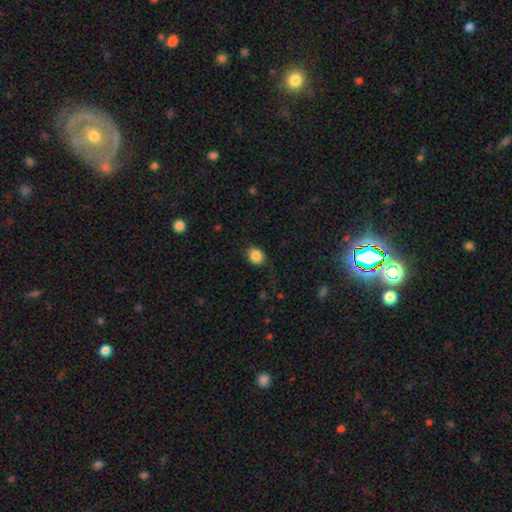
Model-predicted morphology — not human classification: Smooth or featured? Predicted: smooth (p=0.86). How rounded? Predicted: round (p=0.54). Merging? Predicted: none (p=0.79).